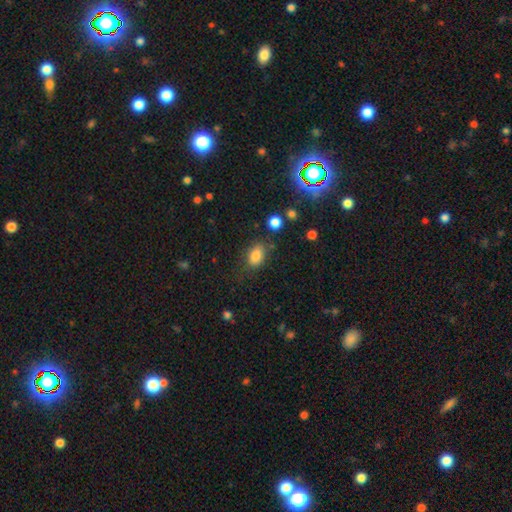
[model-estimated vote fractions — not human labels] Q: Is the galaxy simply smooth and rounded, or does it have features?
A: smooth — 84%.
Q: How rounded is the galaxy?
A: in between — 83%.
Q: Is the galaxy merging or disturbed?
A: none — 72%.